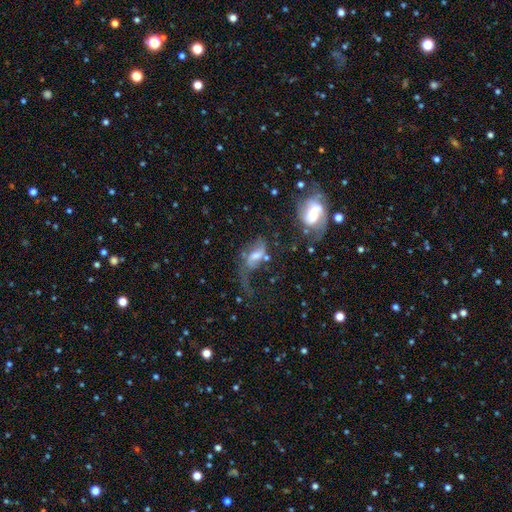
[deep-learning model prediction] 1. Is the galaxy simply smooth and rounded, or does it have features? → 64% featured or disk, 24% smooth, 12% star or artifact.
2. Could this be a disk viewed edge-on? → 91% no, 9% yes.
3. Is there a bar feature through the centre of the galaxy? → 43% weak, 39% no, 18% strong.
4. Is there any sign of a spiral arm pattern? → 79% yes, 21% no.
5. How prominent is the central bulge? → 43% moderate, 32% small, 11% large, 10% none, 3% dominant.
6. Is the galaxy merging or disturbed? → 40% major disturbance, 28% none, 16% minor disturbance, 16% merger.